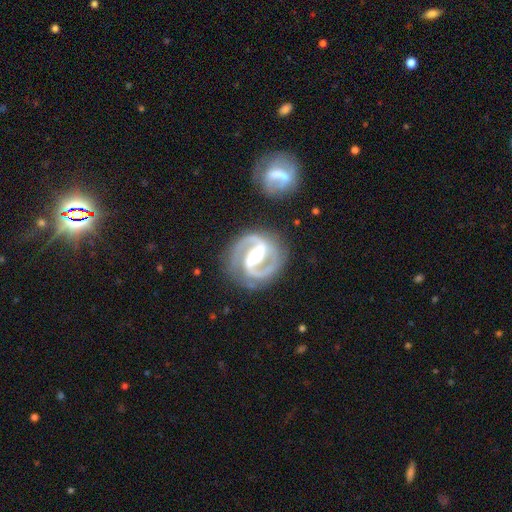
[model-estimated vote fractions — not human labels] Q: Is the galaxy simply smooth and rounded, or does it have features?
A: featured or disk — 93%.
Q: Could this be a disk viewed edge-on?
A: no — 98%.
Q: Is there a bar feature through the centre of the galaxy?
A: strong — 71%.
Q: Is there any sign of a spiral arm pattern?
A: yes — 98%.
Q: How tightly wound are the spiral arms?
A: medium — 56%.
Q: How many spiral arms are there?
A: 2 — 94%.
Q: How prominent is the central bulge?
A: moderate — 66%.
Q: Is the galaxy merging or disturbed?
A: none — 82%.